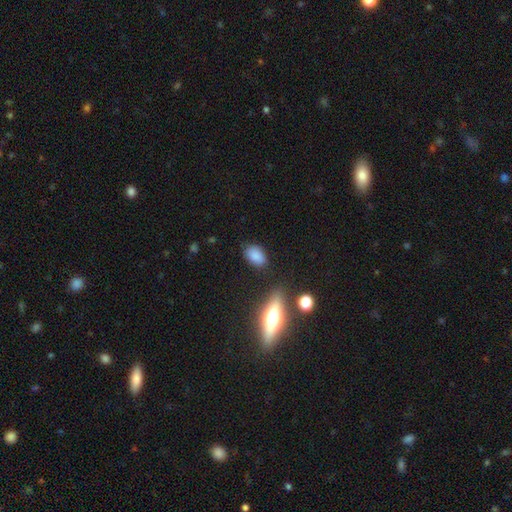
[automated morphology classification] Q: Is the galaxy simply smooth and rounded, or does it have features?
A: smooth — 84%.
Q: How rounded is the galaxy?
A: in between — 87%.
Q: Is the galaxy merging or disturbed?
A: none — 77%.